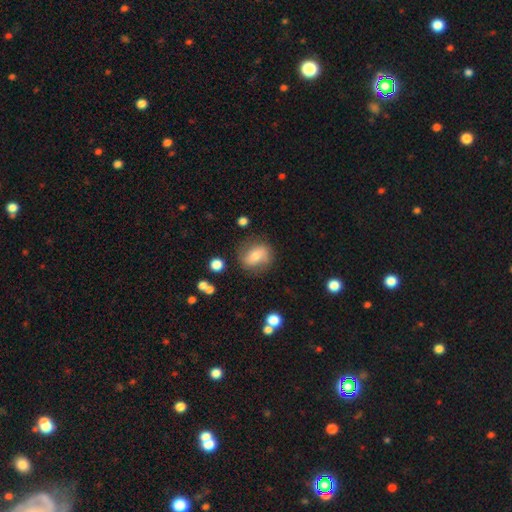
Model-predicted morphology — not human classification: Smooth or featured?
  - smooth: 59% *
  - featured or disk: 33%
  - star or artifact: 9%
How rounded?
  - round: 49% *
  - in between: 48%
  - cigar-shaped: 3%
Merging?
  - none: 75% *
  - minor disturbance: 16%
  - major disturbance: 6%
  - merger: 2%